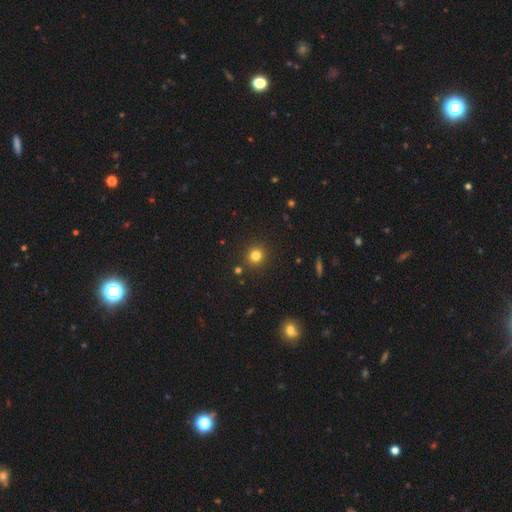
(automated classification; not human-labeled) A smooth galaxy with no disk features (80%) that is round (91%). Merging: none (88%).